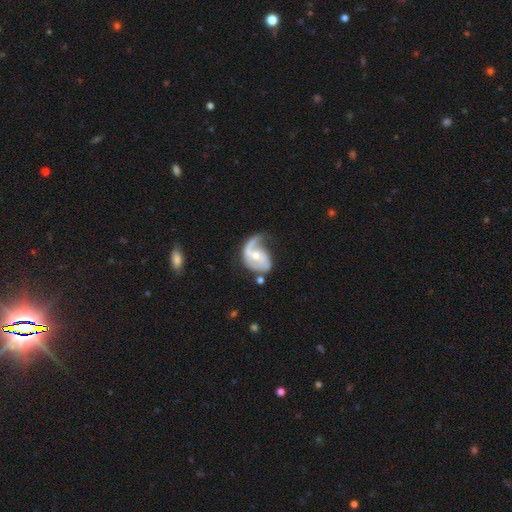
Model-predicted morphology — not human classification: Q: Smooth or featured?
A: featured or disk (82%); runner-up: smooth (13%)
Q: Edge-on disk?
A: no (98%); runner-up: yes (2%)
Q: Bar?
A: no (56%); runner-up: weak (35%)
Q: Spiral arms?
A: yes (93%); runner-up: no (7%)
Q: Spiral winding?
A: loose (42%); runner-up: medium (40%)
Q: Spiral arm count?
A: 2 (50%); runner-up: 1 (41%)
Q: Bulge size?
A: moderate (52%); runner-up: small (41%)
Q: Merging?
A: none (34%); runner-up: major disturbance (33%)